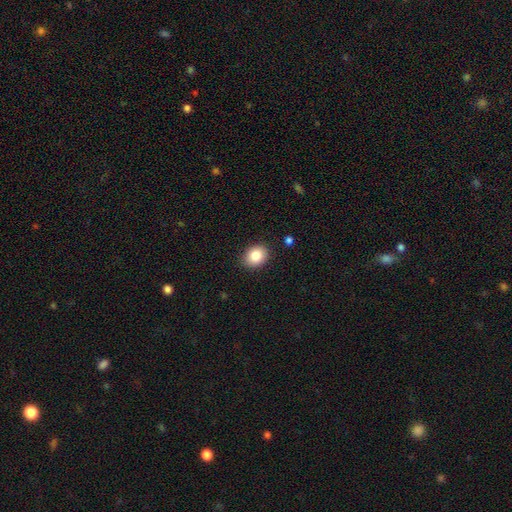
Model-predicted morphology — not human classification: Smooth or featured: smooth — 84% (star or artifact — 9%)
How rounded: round — 51% (in between — 49%)
Merging: none — 87% (minor disturbance — 9%)